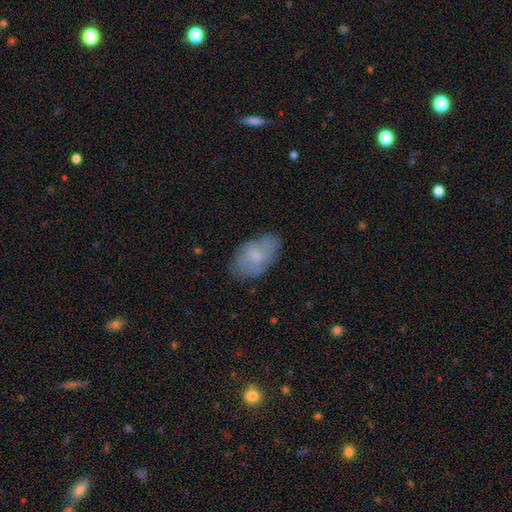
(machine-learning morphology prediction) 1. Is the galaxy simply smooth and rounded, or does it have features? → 64% smooth, 29% featured or disk, 7% star or artifact.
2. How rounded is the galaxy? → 93% in between, 5% round, 2% cigar-shaped.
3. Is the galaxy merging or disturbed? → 64% none, 25% minor disturbance, 9% major disturbance, 2% merger.